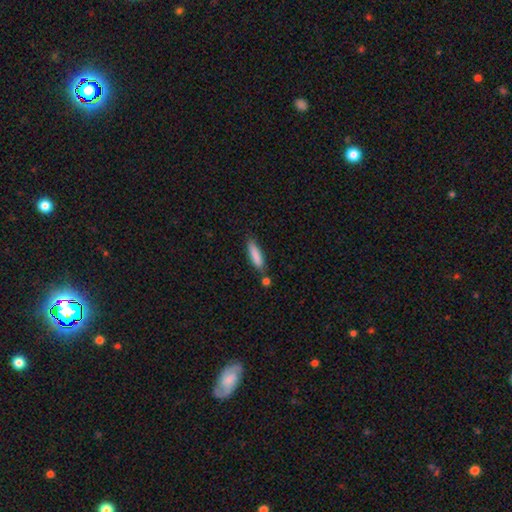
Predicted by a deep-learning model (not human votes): smooth 85%, featured or disk 9%, star or artifact 7%. Down the decision tree: how rounded — cigar-shaped (73%); merging — none (73%).